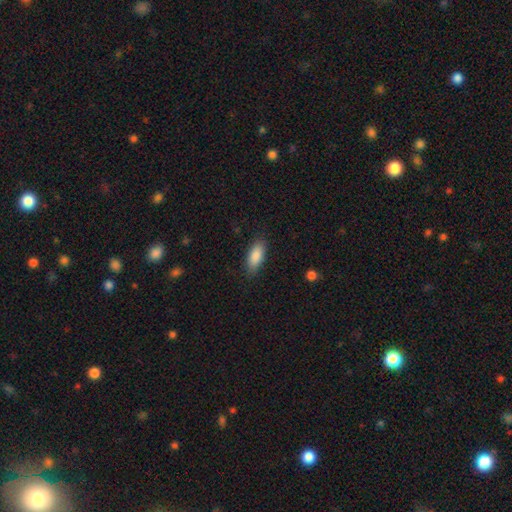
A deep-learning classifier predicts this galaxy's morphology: smooth-or-featured: smooth: 87% | featured or disk: 6% | star or artifact: 6%
  how-rounded: in between: 83% | cigar-shaped: 15% | round: 2%
  merging: none: 85% | minor disturbance: 11% | major disturbance: 3% | merger: 1%